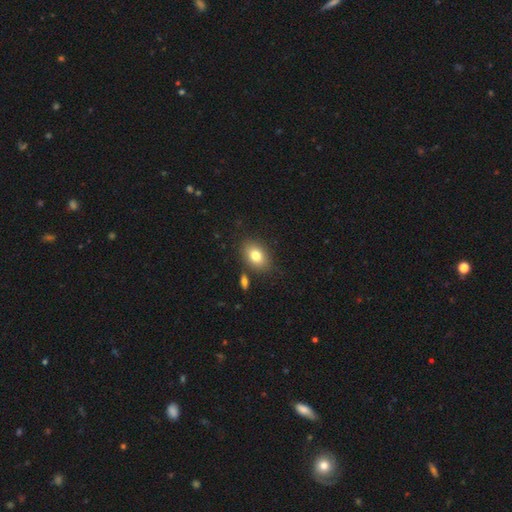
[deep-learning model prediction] The model was most divided on "how rounded": in between: 78%, round: 21%, cigar-shaped: 1%. More confident: merging — none (80%); smooth or featured — smooth (80%).